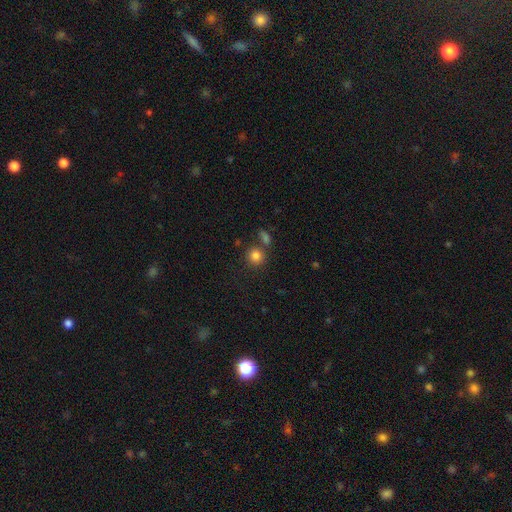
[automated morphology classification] A smooth galaxy with no disk features (82%) that is round (89%). Merging: none (70%).